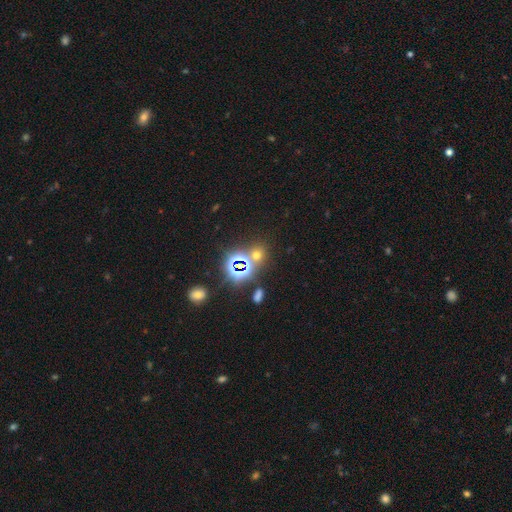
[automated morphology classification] Smooth or featured? Predicted: star or artifact (p=0.51).